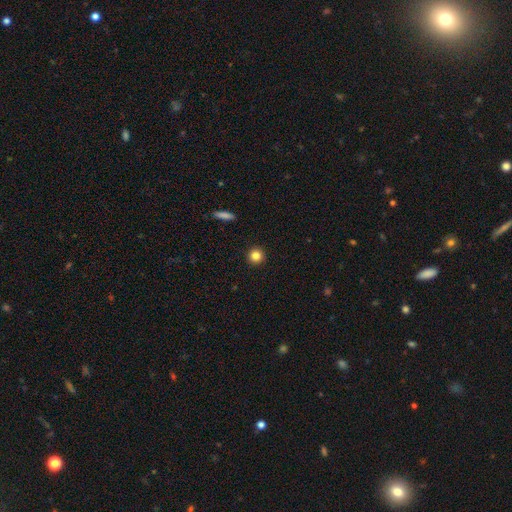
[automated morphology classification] This is clearly a smooth galaxy (84%). How rounded: clearly round (95%). Merging: clearly none (93%).